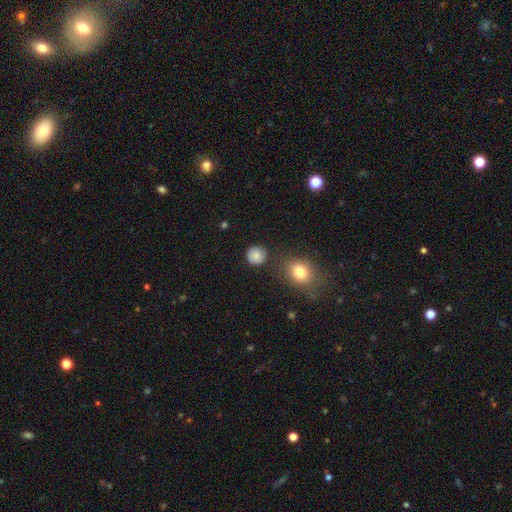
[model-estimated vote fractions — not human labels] Smooth or featured?
  - smooth: 84% *
  - star or artifact: 10%
  - featured or disk: 6%
How rounded?
  - round: 91% *
  - in between: 8%
  - cigar-shaped: 1%
Merging?
  - none: 84% *
  - minor disturbance: 10%
  - merger: 3%
  - major disturbance: 3%